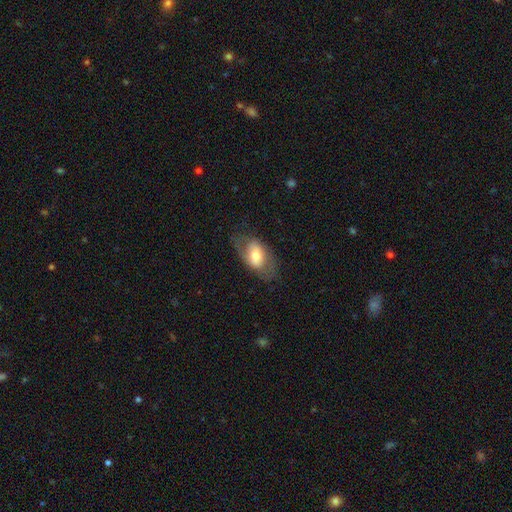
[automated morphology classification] Smooth or featured? smooth (50%)
How rounded? in between (89%)
Merging? none (67%)